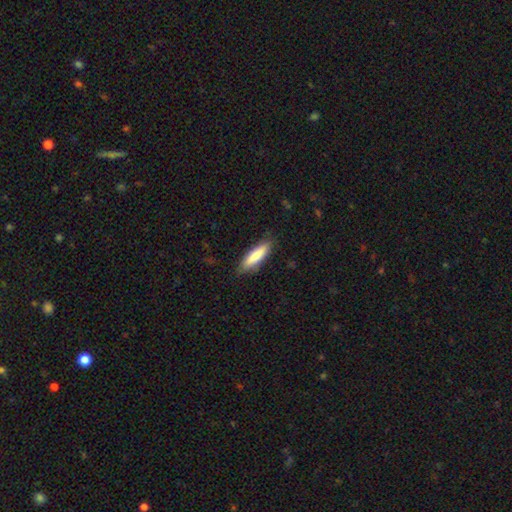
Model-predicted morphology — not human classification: smooth_or_featured: smooth (p=0.81) [alt: featured or disk p=0.13]
how_rounded: cigar-shaped (p=0.66) [alt: in between p=0.33]
merging: none (p=0.84) [alt: minor disturbance p=0.13]